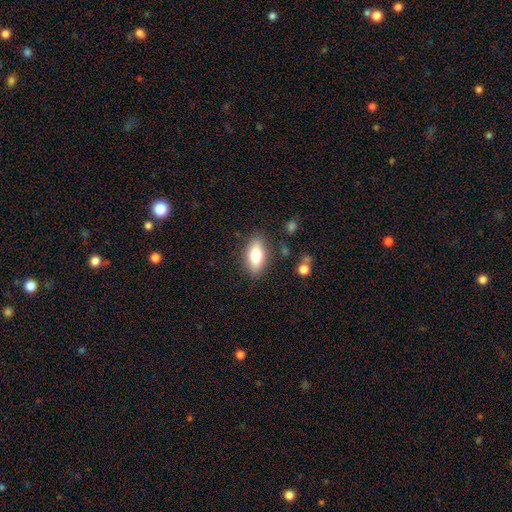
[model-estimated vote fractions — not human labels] The model was most divided on "smooth or featured": smooth: 74%, featured or disk: 19%, star or artifact: 7%. More confident: merging — none (84%); how rounded — in between (83%).